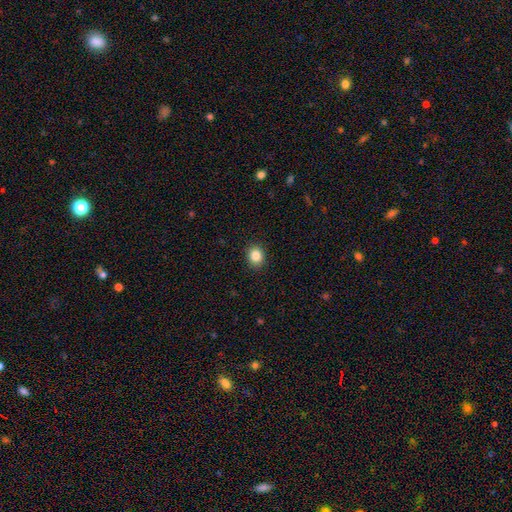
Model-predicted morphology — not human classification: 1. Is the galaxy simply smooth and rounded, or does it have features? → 86% smooth, 10% star or artifact, 4% featured or disk.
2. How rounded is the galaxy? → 68% round, 31% in between, 1% cigar-shaped.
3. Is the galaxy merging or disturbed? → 91% none, 6% minor disturbance, 2% major disturbance, 1% merger.